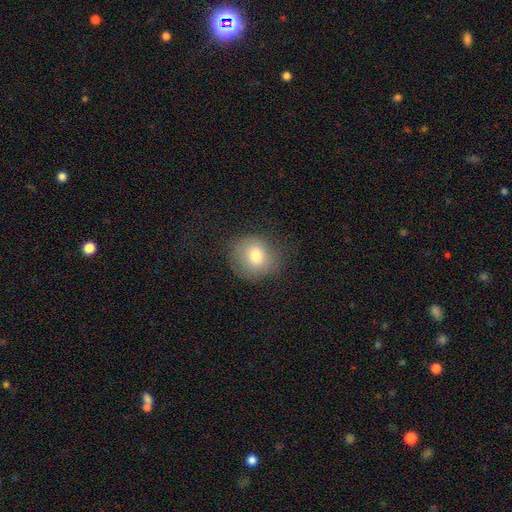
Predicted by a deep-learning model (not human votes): This is likely a smooth galaxy (75%). How rounded: clearly round (82%). Merging: likely none (76%).